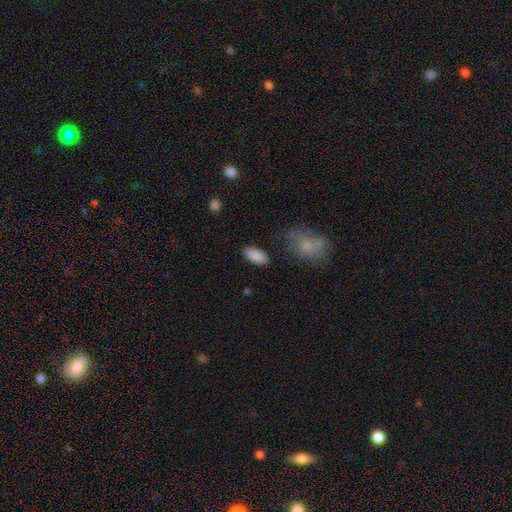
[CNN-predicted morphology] The model was most divided on "merging": none: 85%, minor disturbance: 10%, major disturbance: 3%, merger: 2%. More confident: how rounded — in between (93%); smooth or featured — smooth (88%).